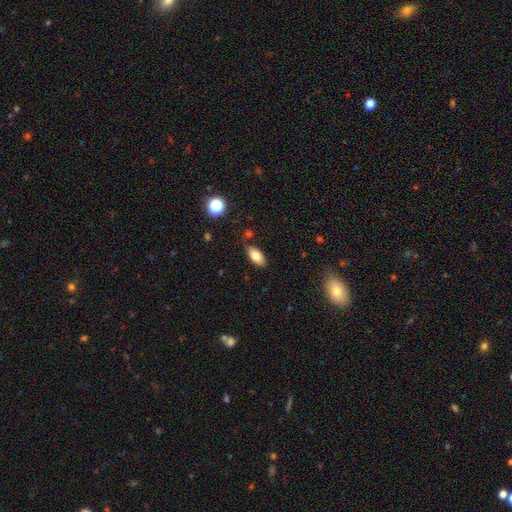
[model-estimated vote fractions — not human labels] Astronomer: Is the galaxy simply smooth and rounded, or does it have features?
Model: smooth — 79%.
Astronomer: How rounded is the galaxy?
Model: in between — 90%.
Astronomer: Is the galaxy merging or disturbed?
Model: none — 82%.